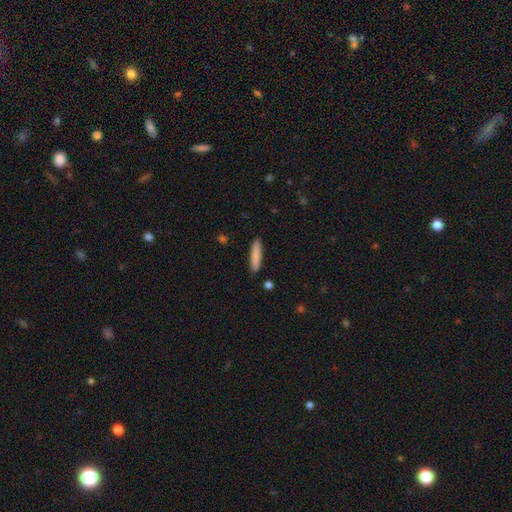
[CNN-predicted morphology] This is clearly a smooth galaxy (84%). How rounded: clearly cigar-shaped (84%). Merging: clearly none (89%).